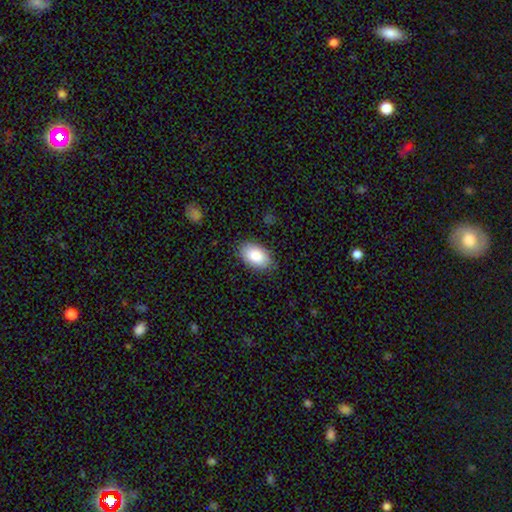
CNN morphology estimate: A smooth galaxy with no disk features (85%) that is in between round and cigar-shaped (94%).

Vote fractions:
- Smooth or featured? smooth: 85% / featured or disk: 9% / star or artifact: 6%
- How rounded? in between: 94% / round: 5% / cigar-shaped: 1%
- Merging? none: 83% / minor disturbance: 13% / major disturbance: 3% / merger: 1%